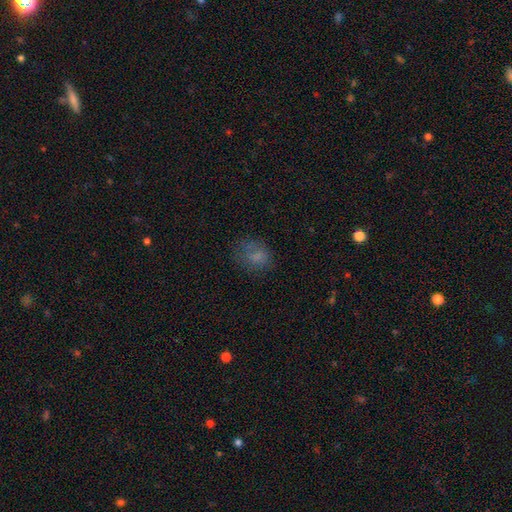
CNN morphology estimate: Smooth or featured: smooth — 68% (star or artifact — 16%)
How rounded: in between — 56% (round — 43%)
Merging: none — 56% (minor disturbance — 23%)